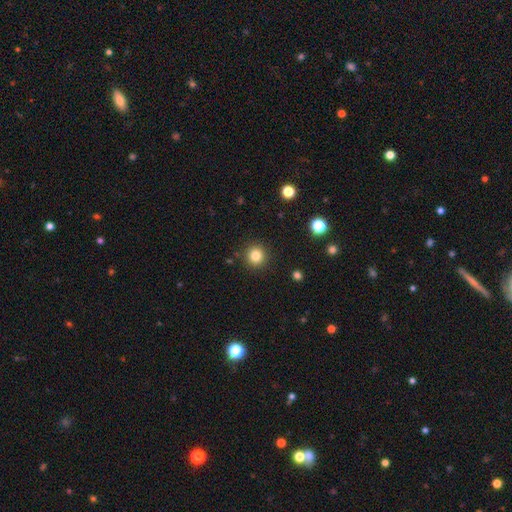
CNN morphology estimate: A smooth galaxy with no disk features (82%) that is round (94%).

Vote fractions:
- Smooth or featured? smooth: 82% / star or artifact: 12% / featured or disk: 6%
- How rounded? round: 94% / in between: 5% / cigar-shaped: 1%
- Merging? none: 91% / minor disturbance: 6% / major disturbance: 2% / merger: 1%